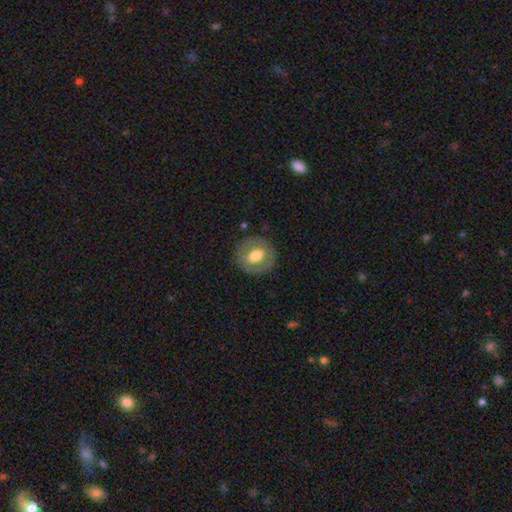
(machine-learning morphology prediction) This appears to be a smooth galaxy with no disk features (54%) that is round (78%). Merging: none (82%).